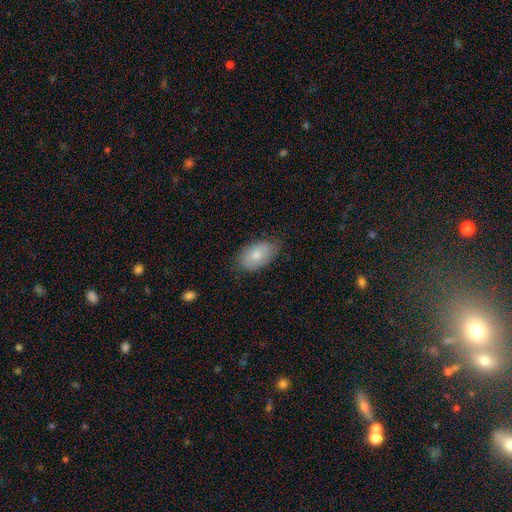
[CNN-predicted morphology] This appears to be a smooth galaxy with no disk features (77%) that is in between round and cigar-shaped (93%). Merging: none (74%).